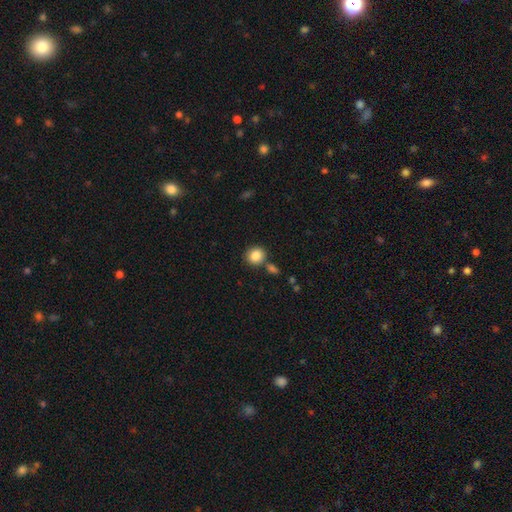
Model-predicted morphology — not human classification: A smooth galaxy with no disk features (86%) that is round (83%). Merging: none (74%).